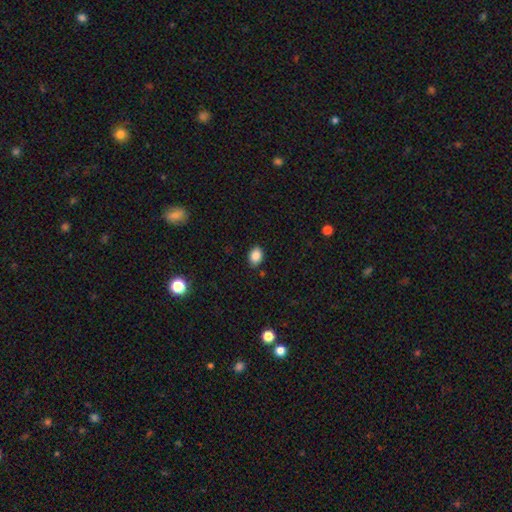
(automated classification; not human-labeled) A smooth galaxy with no disk features (86%) that is in between round and cigar-shaped (71%).

Vote fractions:
- Smooth or featured? smooth: 86% / star or artifact: 9% / featured or disk: 5%
- How rounded? in between: 71% / round: 28% / cigar-shaped: 1%
- Merging? none: 87% / minor disturbance: 10% / major disturbance: 2% / merger: 2%